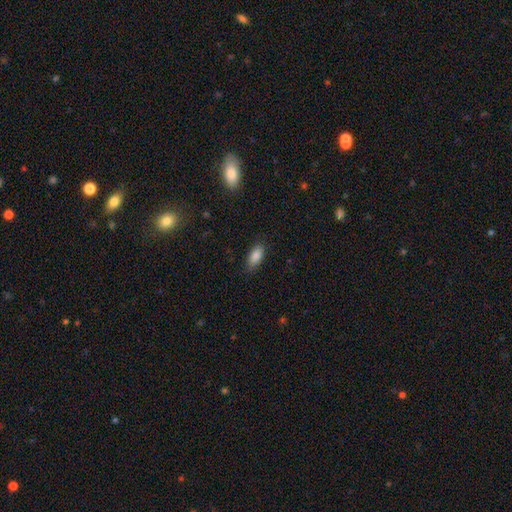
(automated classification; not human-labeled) Smooth or featured: smooth — 86% (star or artifact — 7%)
How rounded: in between — 88% (cigar-shaped — 10%)
Merging: none — 82% (minor disturbance — 14%)